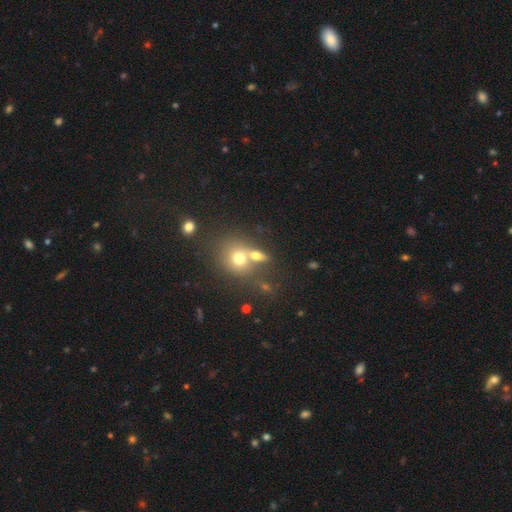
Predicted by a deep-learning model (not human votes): Q: Smooth or featured?
A: smooth (68%); runner-up: featured or disk (19%)
Q: How rounded?
A: round (50%); runner-up: in between (46%)
Q: Merging?
A: merger (48%); runner-up: none (38%)